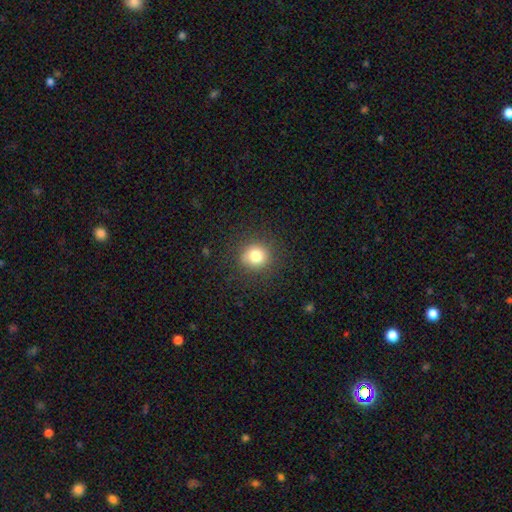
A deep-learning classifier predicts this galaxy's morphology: This is clearly a smooth galaxy (81%). How rounded: clearly round (89%). Merging: clearly none (87%).